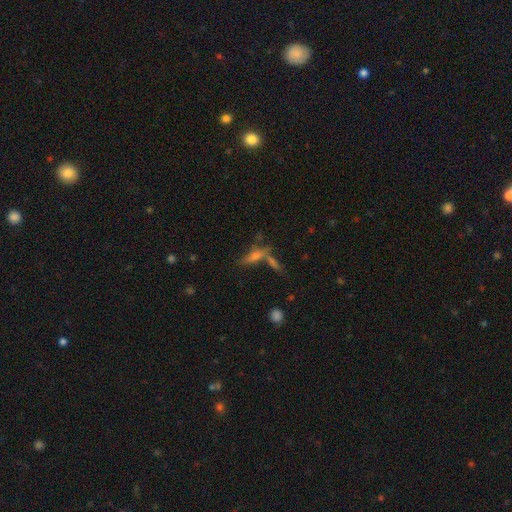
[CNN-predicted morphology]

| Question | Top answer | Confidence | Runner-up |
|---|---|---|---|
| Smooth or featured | smooth | 43% | featured or disk (38%) |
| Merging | none | 47% | merger (31%) |